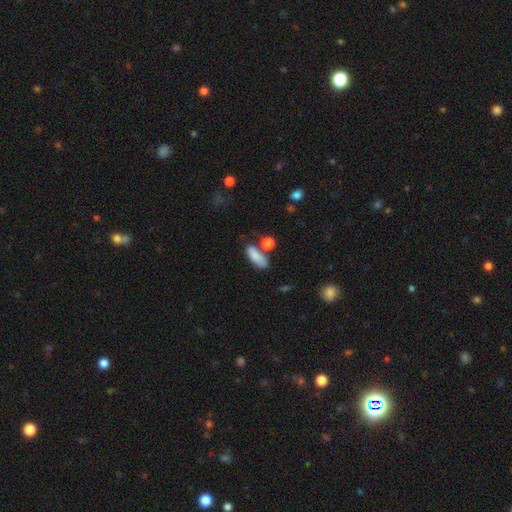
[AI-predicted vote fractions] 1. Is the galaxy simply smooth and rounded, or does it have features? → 83% smooth, 8% featured or disk, 8% star or artifact.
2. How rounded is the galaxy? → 72% in between, 24% cigar-shaped, 4% round.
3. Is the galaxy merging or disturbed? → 53% none, 22% merger, 18% minor disturbance, 8% major disturbance.